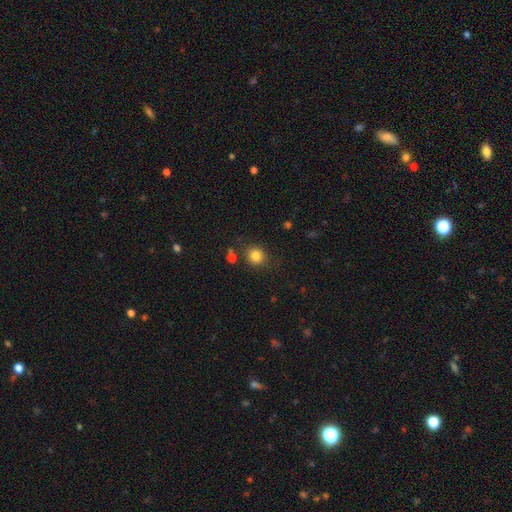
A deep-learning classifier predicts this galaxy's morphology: This appears to be a smooth galaxy with no disk features (83%) that is round (85%). Merging: none (82%).